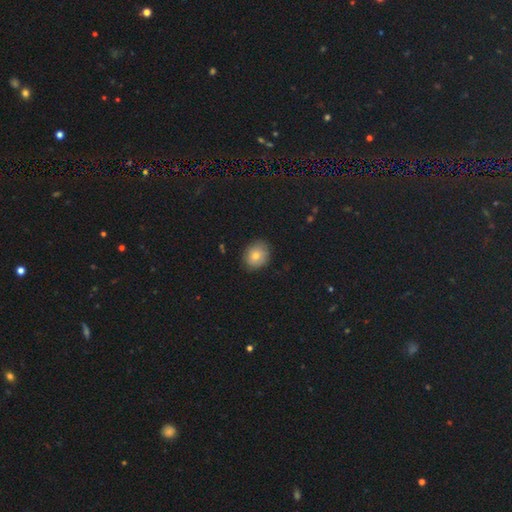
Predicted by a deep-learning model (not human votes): Morphology: type=smooth (74%); roundness=round (61%); merging=none (84%).